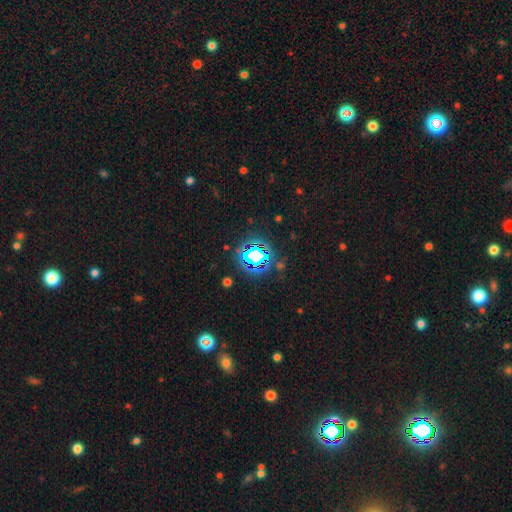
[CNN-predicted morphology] Smooth or featured? star or artifact (68%)